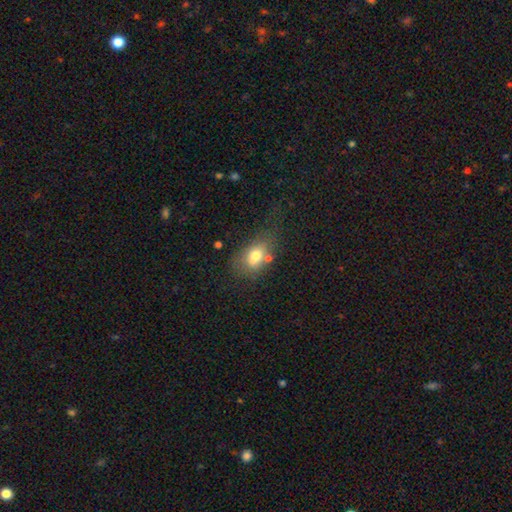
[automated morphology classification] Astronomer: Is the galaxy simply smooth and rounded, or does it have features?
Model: smooth — 72%.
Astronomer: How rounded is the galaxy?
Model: in between — 79%.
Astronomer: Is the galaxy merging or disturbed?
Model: none — 47% (runner-up: minor disturbance, 24%).